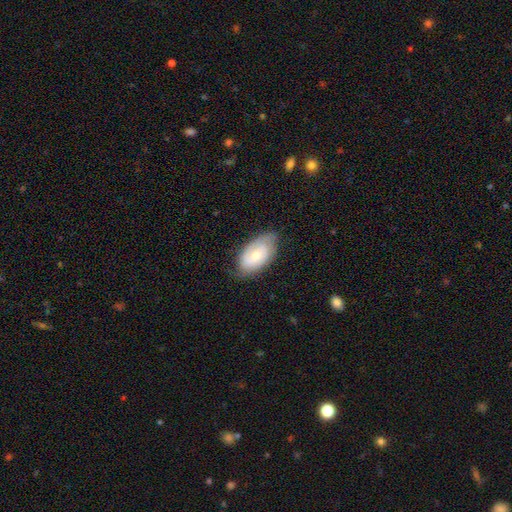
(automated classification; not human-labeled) This appears to be a featured or disk galaxy (59%) with no bar (50%), spiral arms (86%) and a moderate central bulge (56%). Merging: none (69%).